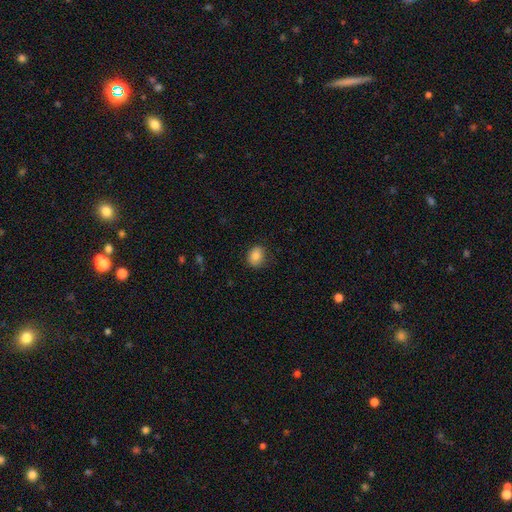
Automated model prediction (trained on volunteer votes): A smooth galaxy with no disk features (83%) that is round (55%).

Vote fractions:
- Smooth or featured? smooth: 83% / star or artifact: 9% / featured or disk: 8%
- How rounded? round: 55% / in between: 44% / cigar-shaped: 1%
- Merging? none: 82% / minor disturbance: 14% / major disturbance: 3% / merger: 1%